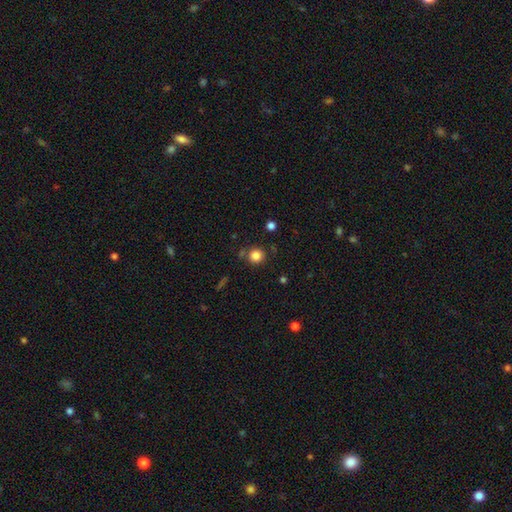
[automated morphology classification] A smooth galaxy with no disk features (83%) that is round (91%).

Vote fractions:
- Smooth or featured? smooth: 83% / star or artifact: 12% / featured or disk: 5%
- How rounded? round: 91% / in between: 8% / cigar-shaped: 1%
- Merging? none: 81% / minor disturbance: 10% / merger: 6% / major disturbance: 3%